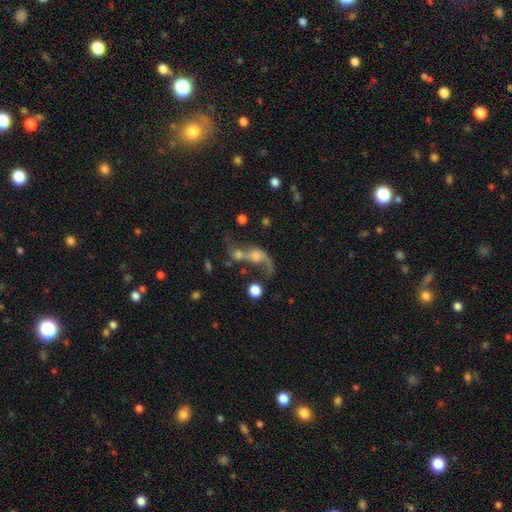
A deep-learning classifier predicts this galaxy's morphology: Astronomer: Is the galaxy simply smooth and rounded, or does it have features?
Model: featured or disk — 64%.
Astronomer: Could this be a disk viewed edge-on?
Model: no — 95%.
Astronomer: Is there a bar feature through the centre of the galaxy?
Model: no — 67%.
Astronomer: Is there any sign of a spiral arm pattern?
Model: yes — 76%.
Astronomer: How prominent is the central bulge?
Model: moderate — 36% (runner-up: small, 31%).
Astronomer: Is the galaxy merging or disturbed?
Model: merger — 50%.